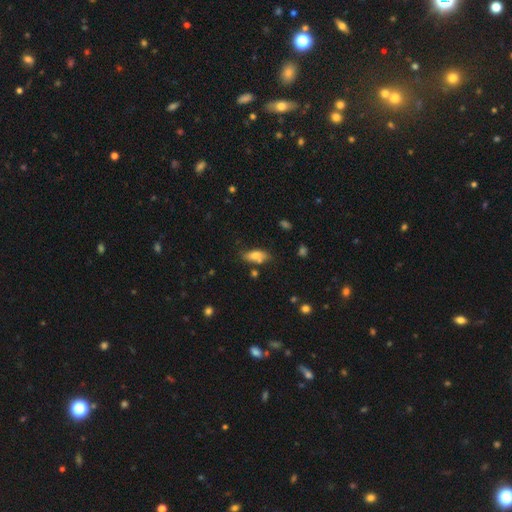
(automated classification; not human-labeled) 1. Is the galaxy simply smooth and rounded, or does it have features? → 72% smooth, 20% featured or disk, 8% star or artifact.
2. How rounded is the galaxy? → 81% in between, 16% cigar-shaped, 3% round.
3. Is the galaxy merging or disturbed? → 64% none, 21% minor disturbance, 10% merger, 5% major disturbance.